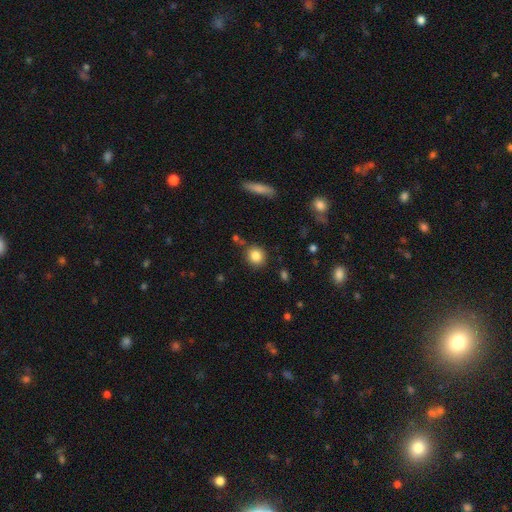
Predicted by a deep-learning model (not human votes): smooth 84%, star or artifact 10%, featured or disk 6%. Down the decision tree: how rounded — round (83%); merging — none (83%).